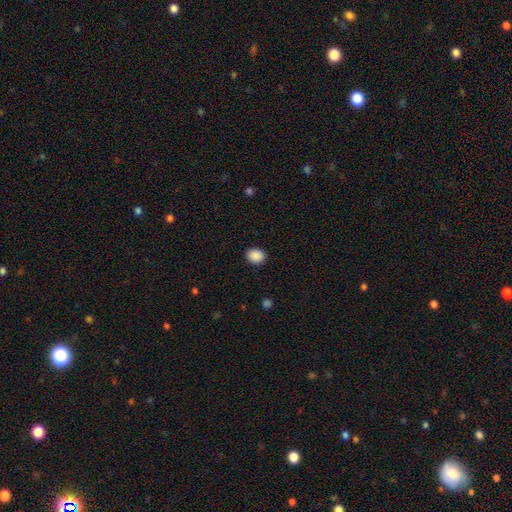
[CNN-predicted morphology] smooth-or-featured: smooth: 90% | star or artifact: 8% | featured or disk: 2%
  how-rounded: round: 53% | in between: 46% | cigar-shaped: 1%
  merging: none: 90% | minor disturbance: 7% | major disturbance: 2% | merger: 1%